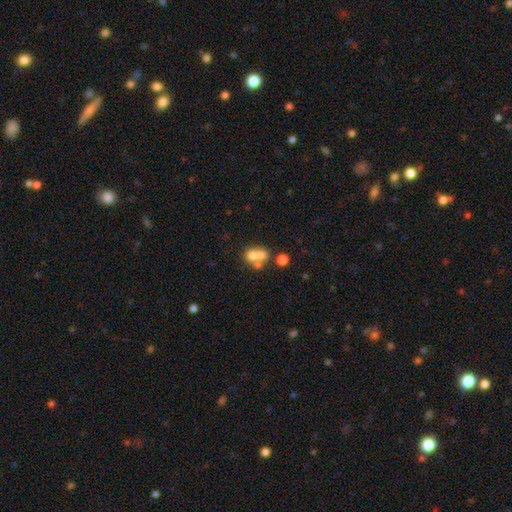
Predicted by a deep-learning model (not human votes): The model was most divided on "how rounded": round: 58%, in between: 41%, cigar-shaped: 1%. More confident: smooth or featured — smooth (61%); merging — merger (60%).